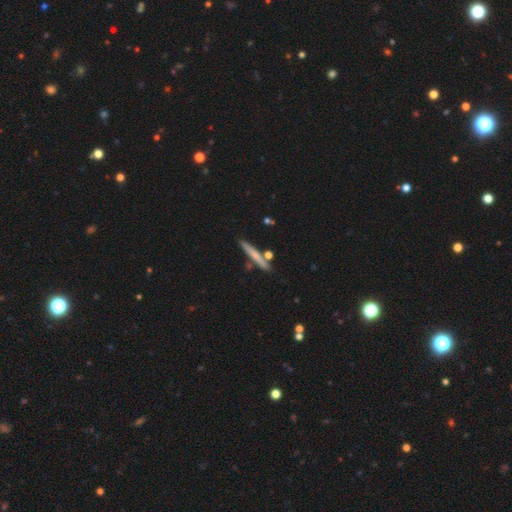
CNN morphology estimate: This appears to be a smooth galaxy with no disk features (62%) that is cigar-shaped (95%). Merging: none (81%).